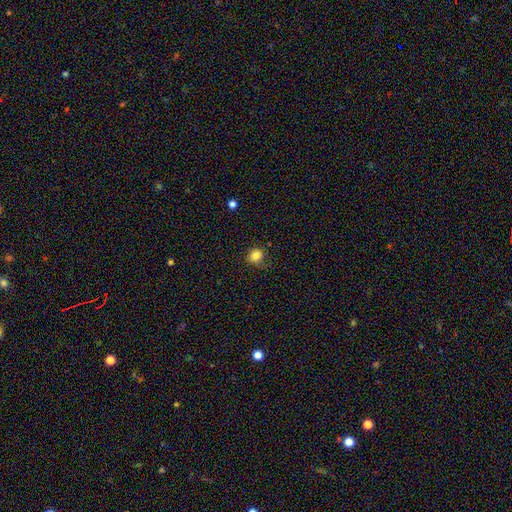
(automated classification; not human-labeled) smooth_or_featured: smooth (p=0.83) [alt: star or artifact p=0.12]
how_rounded: round (p=0.77) [alt: in between p=0.22]
merging: none (p=0.77) [alt: minor disturbance p=0.17]